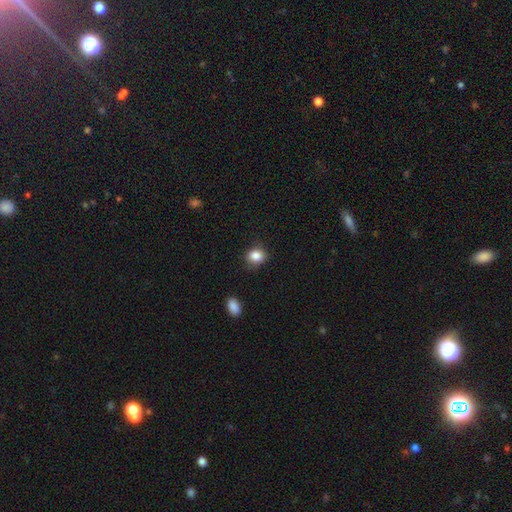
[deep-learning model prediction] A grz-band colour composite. It shows a smooth galaxy with no disk features (86%) that is round (66%). Merging: none (80%).